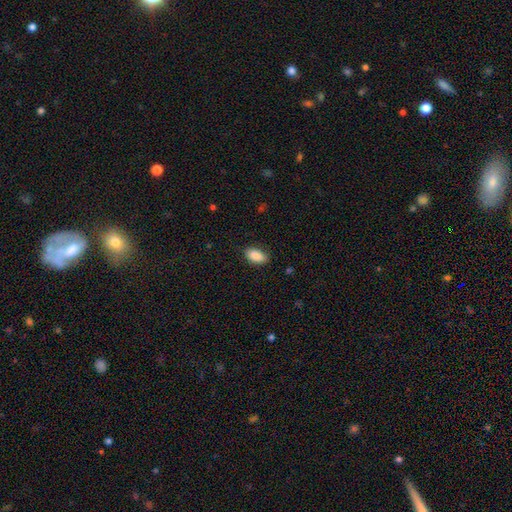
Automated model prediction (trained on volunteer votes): Smooth or featured: smooth — 89% (star or artifact — 7%)
How rounded: in between — 93% (round — 4%)
Merging: none — 82% (minor disturbance — 14%)